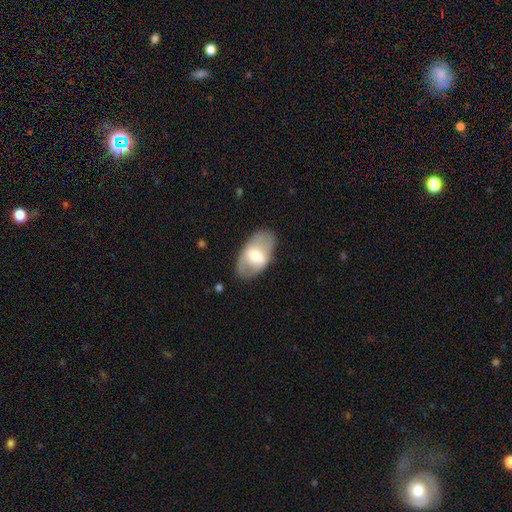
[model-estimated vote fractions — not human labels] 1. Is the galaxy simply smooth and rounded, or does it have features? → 51% smooth, 42% featured or disk, 6% star or artifact.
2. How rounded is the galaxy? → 92% in between, 5% round, 2% cigar-shaped.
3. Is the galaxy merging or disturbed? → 73% none, 18% minor disturbance, 8% major disturbance, 2% merger.